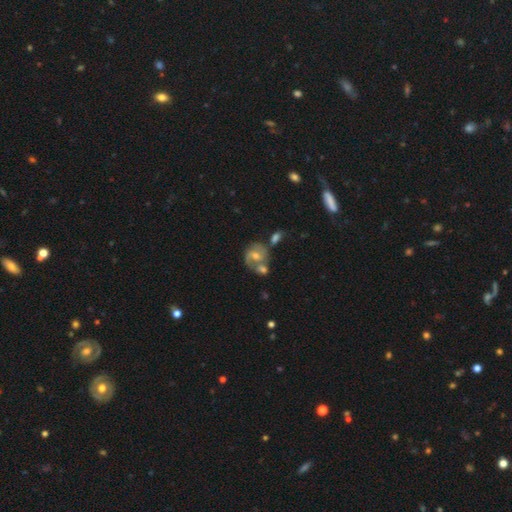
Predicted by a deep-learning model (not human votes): A featured or disk galaxy (71%) with no bar (48%), 2 (69%) medium (48%) spiral arms (88%) and a moderate central bulge (60%). Merging: none (49%).